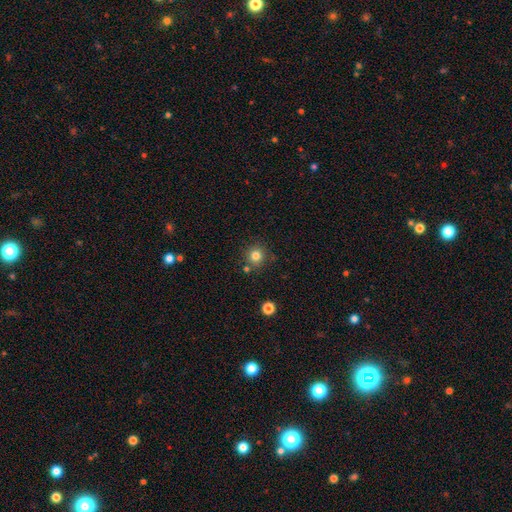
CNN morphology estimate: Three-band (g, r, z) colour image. It shows a smooth galaxy with no disk features (81%) that is round (92%). Merging: none (82%).